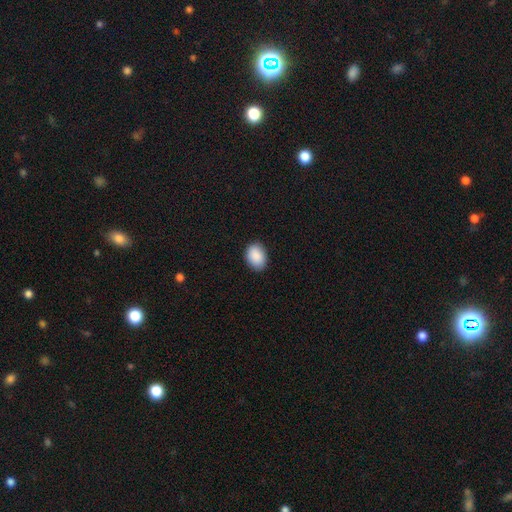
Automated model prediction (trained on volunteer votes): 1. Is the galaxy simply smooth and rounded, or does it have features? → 90% smooth, 7% star or artifact, 3% featured or disk.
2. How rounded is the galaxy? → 74% in between, 25% round, 1% cigar-shaped.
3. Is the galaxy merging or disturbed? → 86% none, 11% minor disturbance, 2% major disturbance, 1% merger.